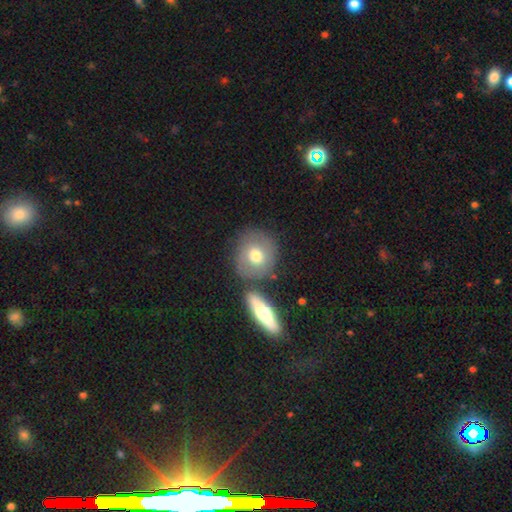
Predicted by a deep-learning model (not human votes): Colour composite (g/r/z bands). It shows a smooth galaxy with no disk features (64%) that is round (75%). Merging: none (65%).